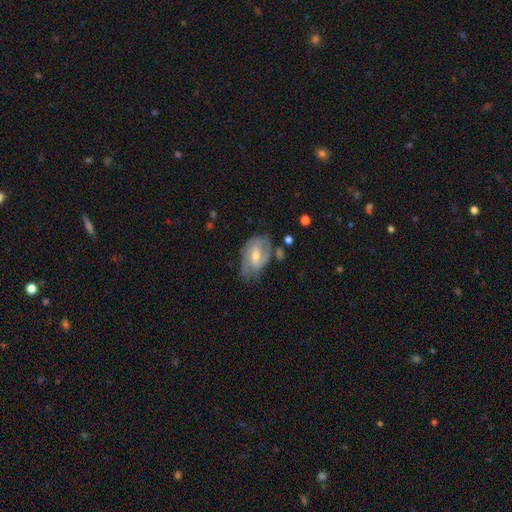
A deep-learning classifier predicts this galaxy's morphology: This appears to be a featured or disk galaxy (72%) with a weak bar (49%), 2 (65%) medium (44%) spiral arms (84%) and a moderate central bulge (60%). Merging: none (55%).